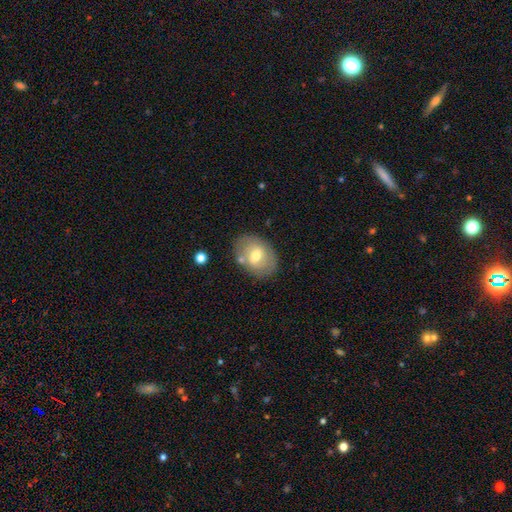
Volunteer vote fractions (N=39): Smooth or featured?
  - smooth: 62% *
  - featured or disk: 33%
  - star or artifact: 5%
How rounded?
  - in between: 79% *
  - round: 21%
  - cigar-shaped: 0%
Merging?
  - none: 76% *
  - minor disturbance: 14%
  - major disturbance: 5%
  - merger: 5%